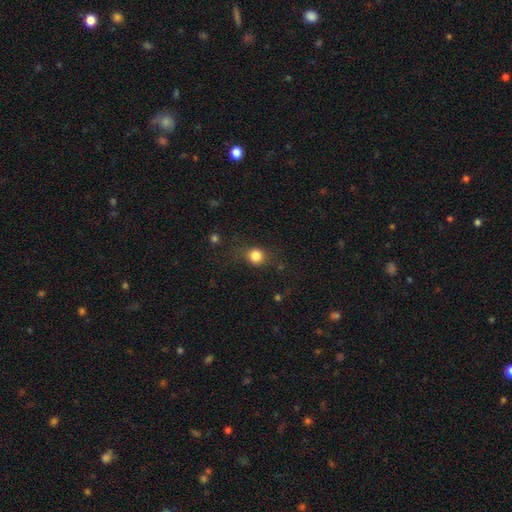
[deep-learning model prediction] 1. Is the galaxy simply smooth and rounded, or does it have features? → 81% smooth, 11% star or artifact, 7% featured or disk.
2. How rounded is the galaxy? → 82% round, 17% in between, 1% cigar-shaped.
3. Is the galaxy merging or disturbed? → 75% none, 16% minor disturbance, 7% major disturbance, 2% merger.